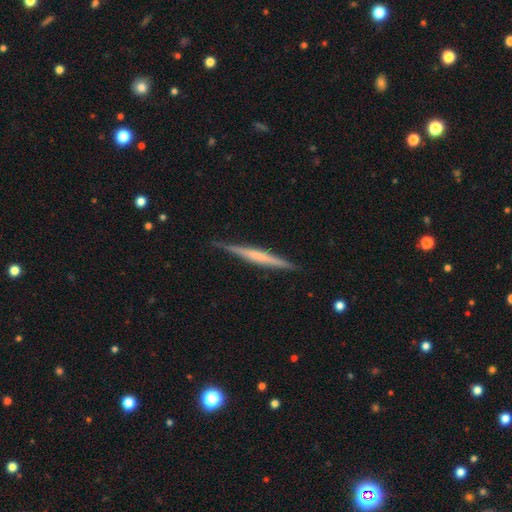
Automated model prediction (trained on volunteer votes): smooth_or_featured: featured or disk (p=0.62) [alt: smooth p=0.33]
disk_edge_on: yes (p=0.98) [alt: no p=0.02]
edge_on_bulge: none (p=0.58) [alt: rounded p=0.29]
merging: none (p=0.89) [alt: minor disturbance p=0.09]